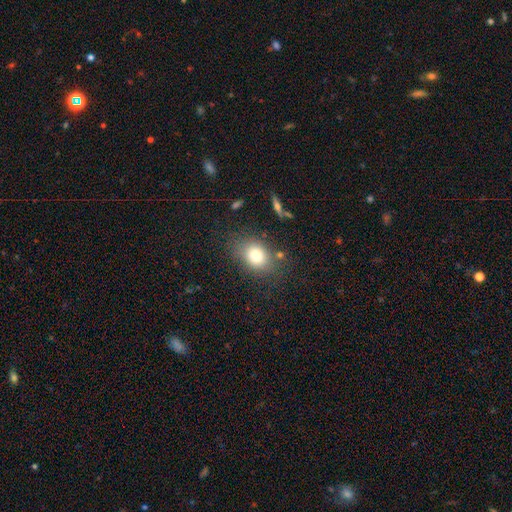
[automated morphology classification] type=smooth (80%); roundness=in between (65%); merging=none (73%).